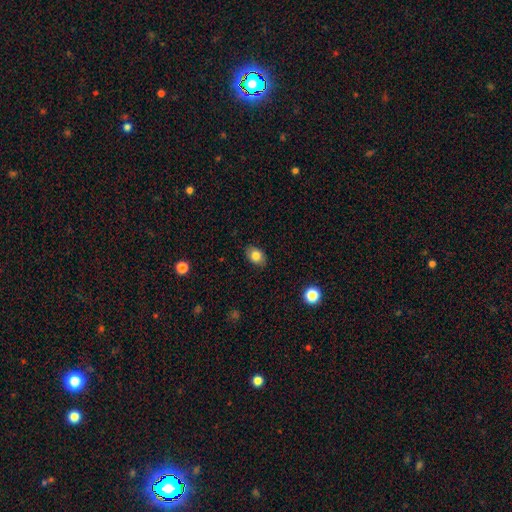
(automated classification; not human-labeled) This appears to be a smooth galaxy with no disk features (82%) that is in between round and cigar-shaped (72%). Merging: none (86%).